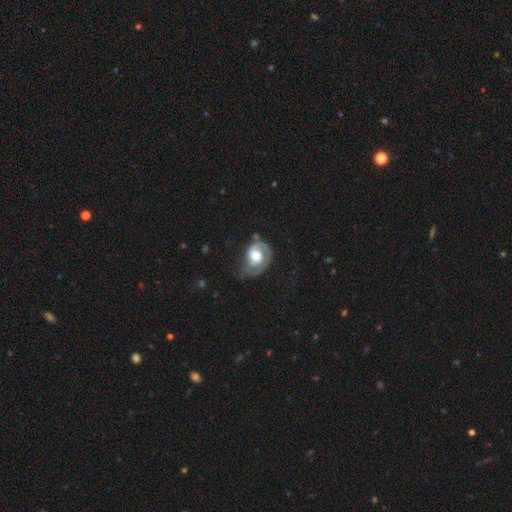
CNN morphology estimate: featured or disk 65%, smooth 29%, star or artifact 6%. Down the decision tree: edge-on disk — no (97%); bar — no (75%); spiral arms — yes (85%); spiral arm count — 1 (52%); spiral winding — tight (48%); bulge size — moderate (46%); merging — none (35%).